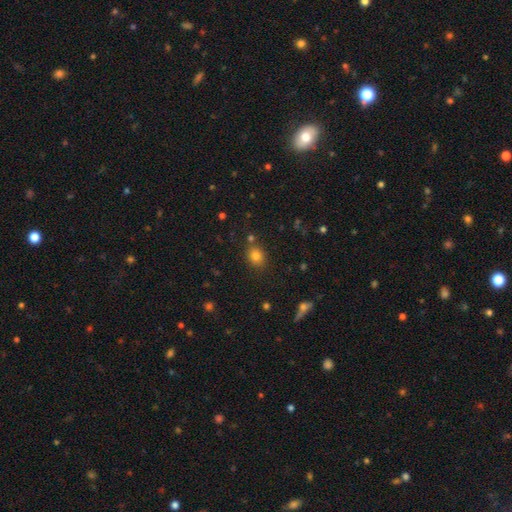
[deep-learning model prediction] This is clearly a smooth galaxy (81%). How rounded: possibly round (56%). Merging: likely none (78%).